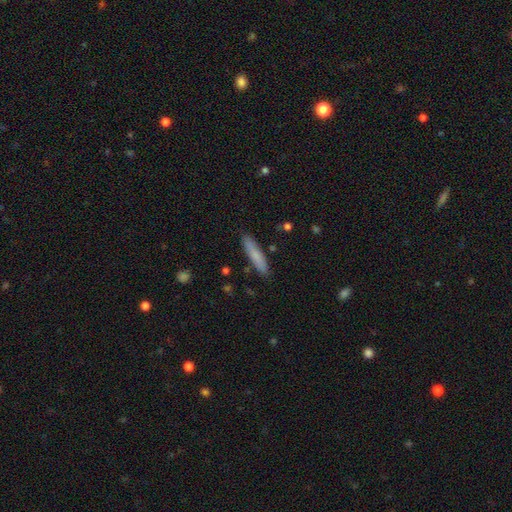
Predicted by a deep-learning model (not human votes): This appears to be a smooth galaxy with no disk features (76%) that is cigar-shaped (88%). Merging: none (88%).